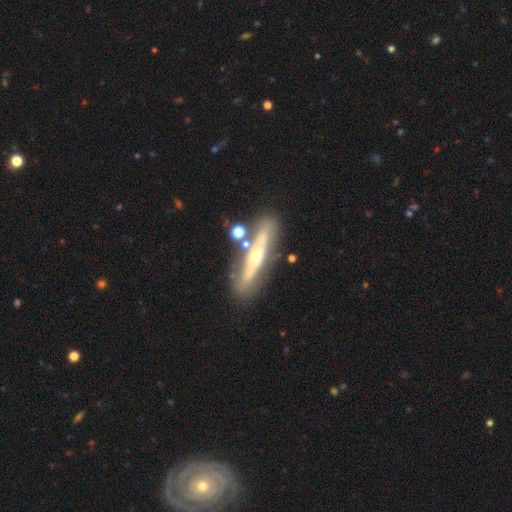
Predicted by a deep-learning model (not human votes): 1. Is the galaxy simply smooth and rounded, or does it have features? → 68% featured or disk, 25% smooth, 7% star or artifact.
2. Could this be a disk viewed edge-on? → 69% yes, 31% no.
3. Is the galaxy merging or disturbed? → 74% none, 13% minor disturbance, 8% merger, 5% major disturbance.